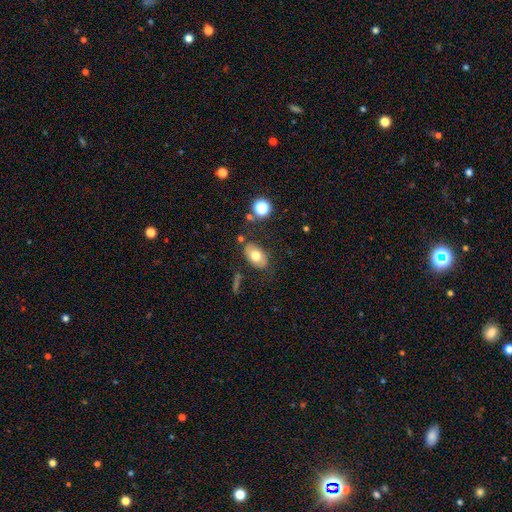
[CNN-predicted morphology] smooth 71%, featured or disk 20%, star or artifact 9%. Down the decision tree: how rounded — in between (88%); merging — none (76%).